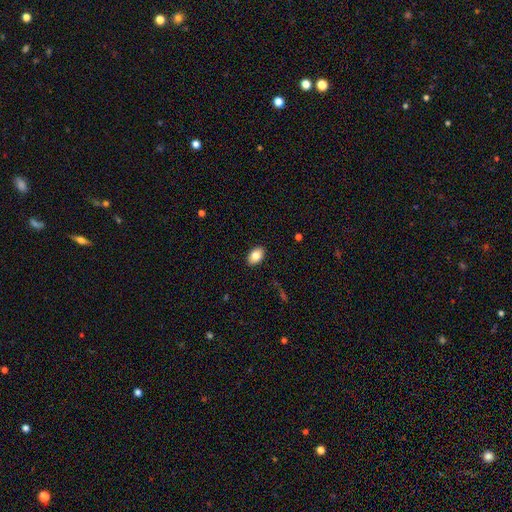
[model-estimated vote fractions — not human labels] smooth_or_featured: smooth (p=0.84) [alt: featured or disk p=0.09]
how_rounded: in between (p=0.89) [alt: round p=0.10]
merging: none (p=0.90) [alt: minor disturbance p=0.08]